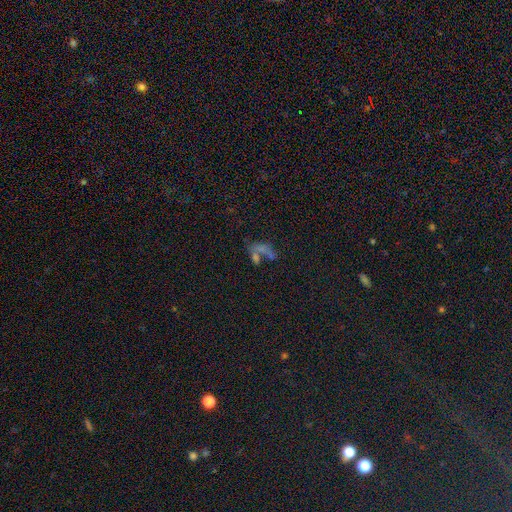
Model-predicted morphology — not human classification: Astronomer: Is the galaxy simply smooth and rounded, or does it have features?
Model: star or artifact — 40% (runner-up: smooth, 39%).